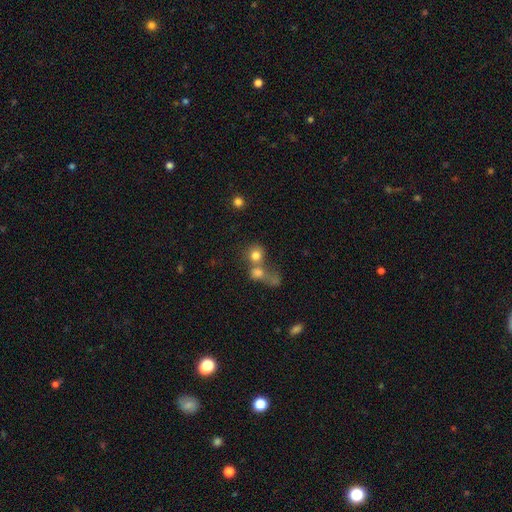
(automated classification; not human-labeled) This is likely a smooth galaxy (76%). How rounded: clearly round (83%). Merging: possibly merger (47%).